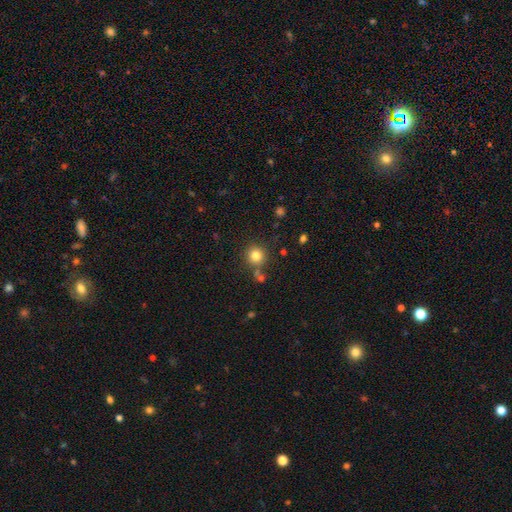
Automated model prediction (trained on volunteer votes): Q: Smooth or featured?
A: smooth (81%); runner-up: star or artifact (13%)
Q: How rounded?
A: round (93%); runner-up: in between (6%)
Q: Merging?
A: none (78%); runner-up: minor disturbance (10%)